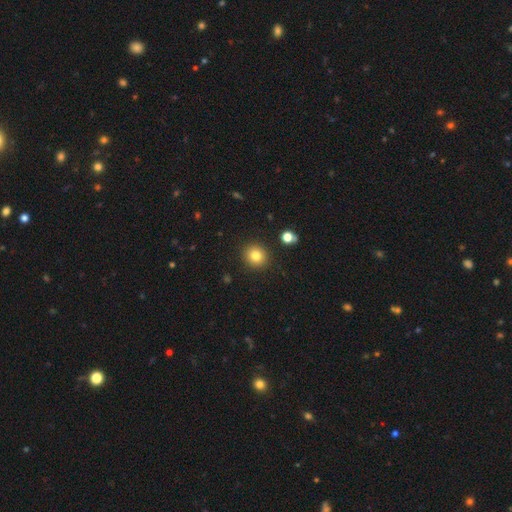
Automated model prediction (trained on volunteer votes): Smooth or featured: smooth — 81% (star or artifact — 12%)
How rounded: round — 88% (in between — 11%)
Merging: none — 90% (minor disturbance — 6%)